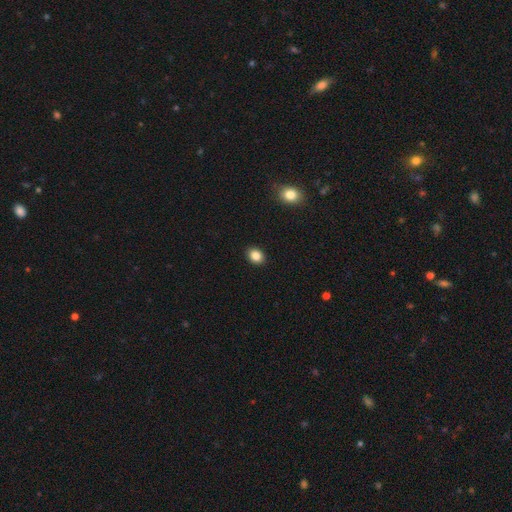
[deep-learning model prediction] This appears to be a smooth galaxy with no disk features (86%) that is in between round and cigar-shaped (57%). Merging: none (90%).